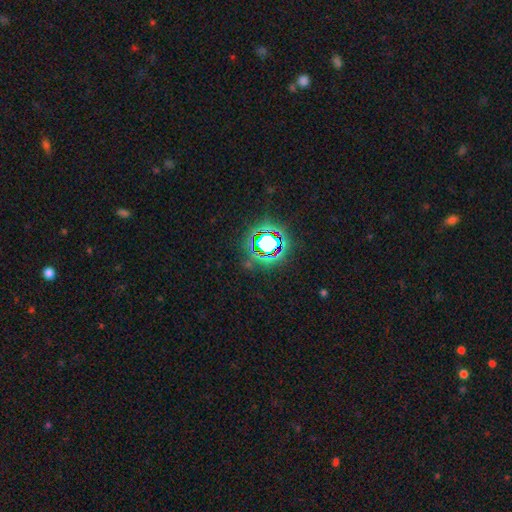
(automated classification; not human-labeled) smooth-or-featured: star or artifact: 83% | smooth: 11% | featured or disk: 7%